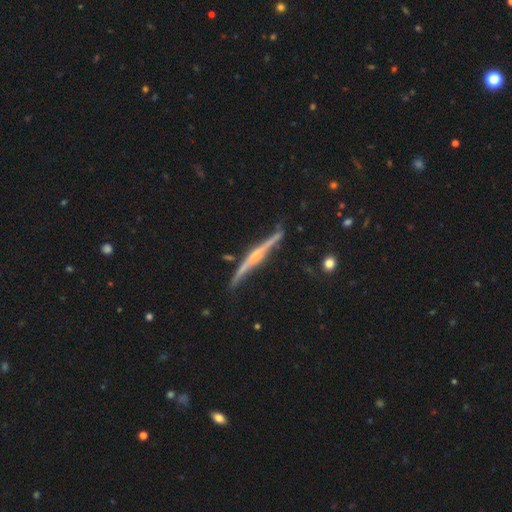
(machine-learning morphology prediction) A featured or disk galaxy (84%) viewed edge-on (97%) with a rounded central bulge (72%).

Vote fractions:
- Smooth or featured? featured or disk: 84% / smooth: 11% / star or artifact: 5%
- Edge-on disk? yes: 97% / no: 3%
- Edge-on bulge? rounded: 72% / none: 17% / boxy: 11%
- Merging? none: 80% / minor disturbance: 14% / major disturbance: 3% / merger: 3%